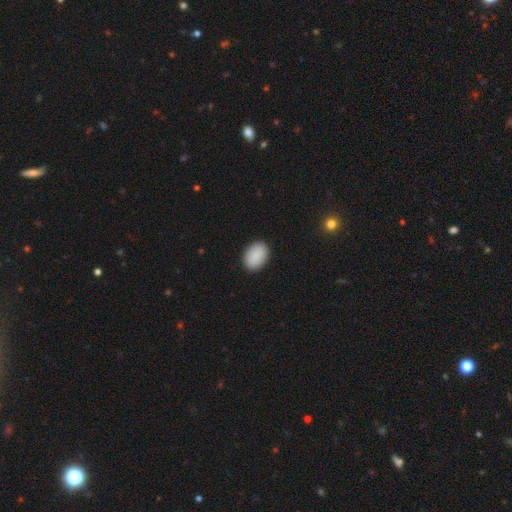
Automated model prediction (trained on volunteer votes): Smooth or featured?
  - smooth: 90% *
  - star or artifact: 7%
  - featured or disk: 3%
How rounded?
  - in between: 86% *
  - round: 13%
  - cigar-shaped: 1%
Merging?
  - none: 90% *
  - minor disturbance: 7%
  - major disturbance: 2%
  - merger: 1%